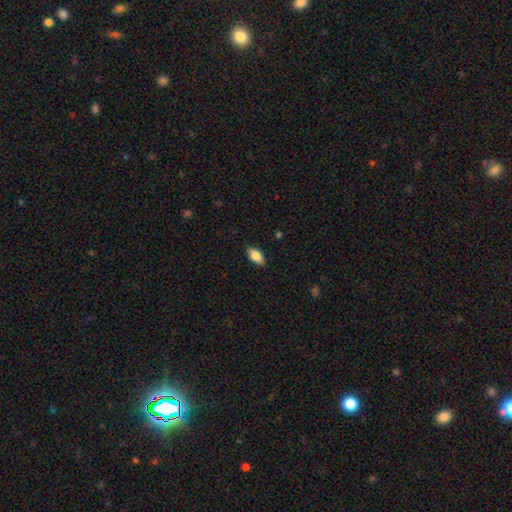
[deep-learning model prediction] Morphology: type=smooth (80%); roundness=in between (89%); merging=none (86%).